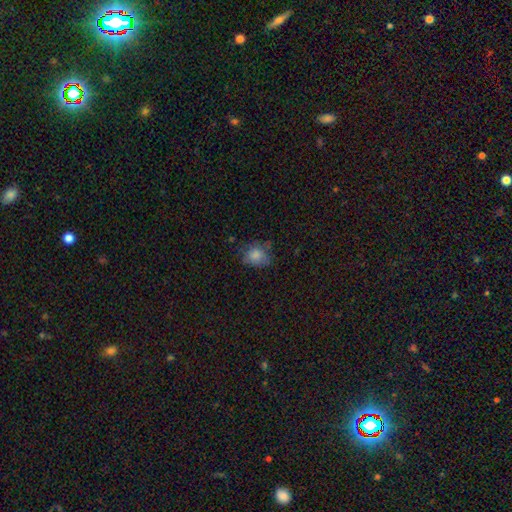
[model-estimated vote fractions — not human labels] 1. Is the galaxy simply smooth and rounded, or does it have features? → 77% smooth, 12% featured or disk, 11% star or artifact.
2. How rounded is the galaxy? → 56% round, 43% in between, 1% cigar-shaped.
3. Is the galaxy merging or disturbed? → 55% none, 29% minor disturbance, 14% major disturbance, 2% merger.